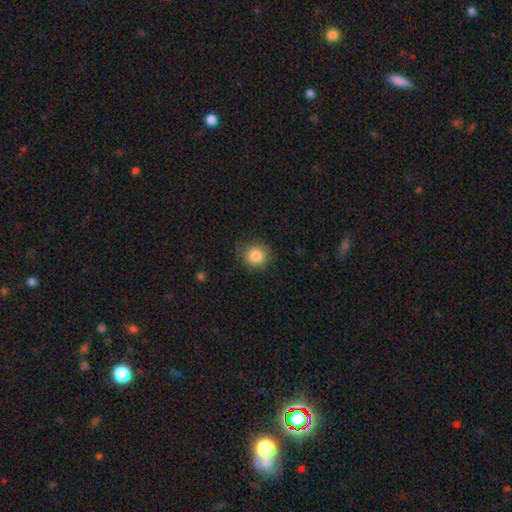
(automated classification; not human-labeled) Smooth or featured: smooth — 85% (star or artifact — 10%)
How rounded: round — 91% (in between — 8%)
Merging: none — 82% (minor disturbance — 14%)